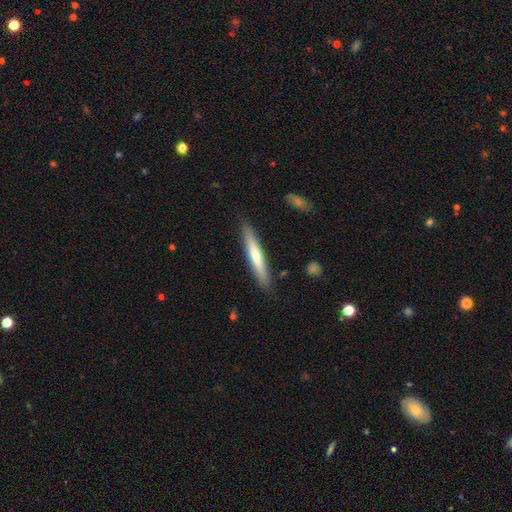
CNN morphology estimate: type=smooth (61%); roundness=cigar-shaped (94%); merging=none (89%).